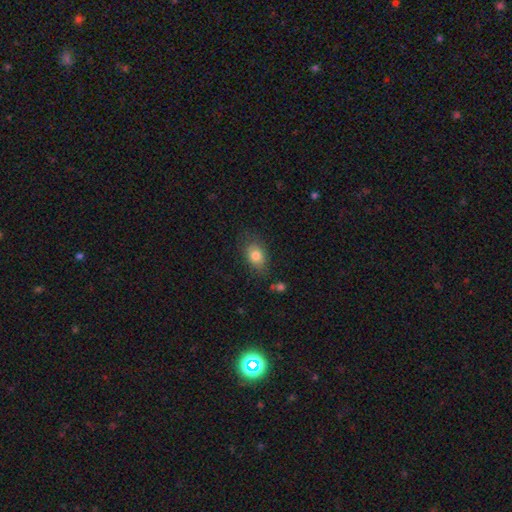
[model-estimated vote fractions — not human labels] This appears to be a smooth galaxy with no disk features (80%) that is in between round and cigar-shaped (77%). Merging: none (71%).